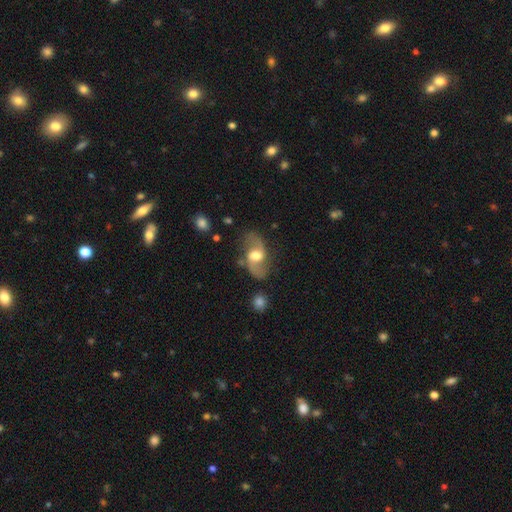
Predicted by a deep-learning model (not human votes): The model was most divided on "bar": weak: 44%, no: 39%, strong: 17%. More confident: edge-on disk — no (95%); spiral arm count — 2 (92%); spiral arms — yes (90%); smooth or featured — featured or disk (77%); merging — none (72%); bulge size — moderate (64%); spiral winding — loose (64%).